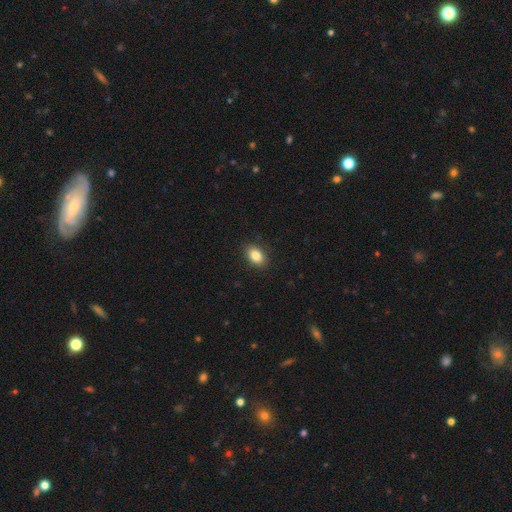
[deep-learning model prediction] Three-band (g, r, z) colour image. It shows a smooth galaxy with no disk features (85%) that is in between round and cigar-shaped (83%). Merging: none (89%).